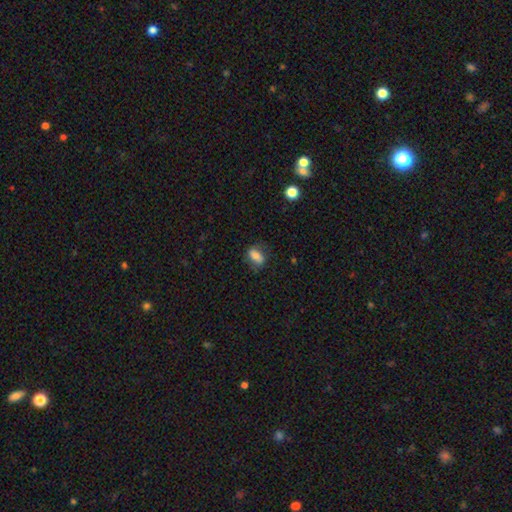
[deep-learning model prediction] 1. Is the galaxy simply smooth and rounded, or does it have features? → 75% smooth, 16% featured or disk, 9% star or artifact.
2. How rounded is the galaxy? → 82% in between, 11% round, 7% cigar-shaped.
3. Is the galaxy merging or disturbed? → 67% none, 22% minor disturbance, 9% major disturbance, 2% merger.